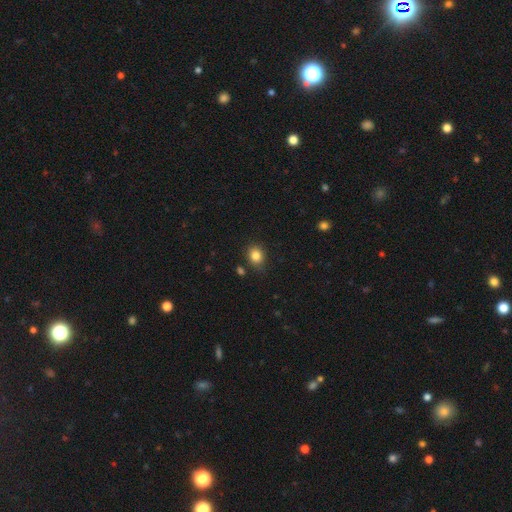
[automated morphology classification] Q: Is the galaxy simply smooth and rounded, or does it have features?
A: smooth — 84%.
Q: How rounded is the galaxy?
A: round — 64%.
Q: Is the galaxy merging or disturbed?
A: none — 80%.